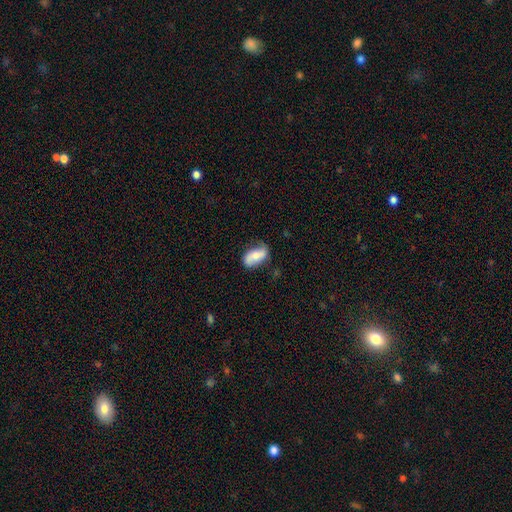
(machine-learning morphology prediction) Smooth or featured?
  - smooth: 49% *
  - featured or disk: 44%
  - star or artifact: 7%
Merging?
  - none: 65% *
  - minor disturbance: 25%
  - major disturbance: 7%
  - merger: 2%